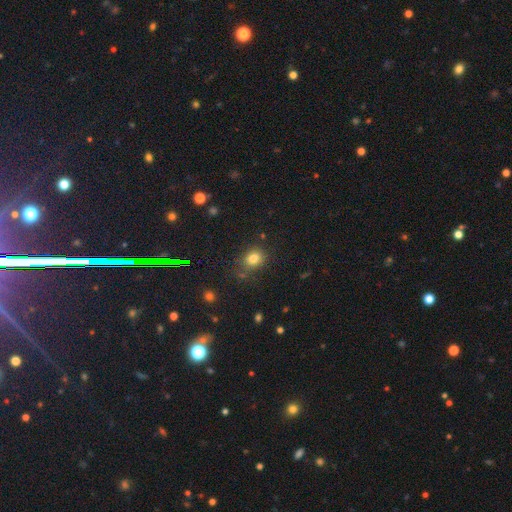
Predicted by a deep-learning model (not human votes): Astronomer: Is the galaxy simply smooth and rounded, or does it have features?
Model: smooth — 80%.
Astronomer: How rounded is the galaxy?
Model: round — 59% (runner-up: in between, 40%).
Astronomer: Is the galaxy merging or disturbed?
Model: none — 75%.